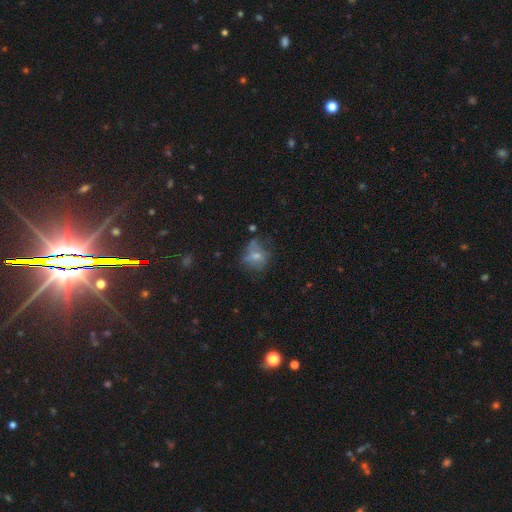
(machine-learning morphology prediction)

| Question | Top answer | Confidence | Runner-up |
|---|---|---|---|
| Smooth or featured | smooth | 54% | featured or disk (31%) |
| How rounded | round | 56% | in between (42%) |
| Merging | none | 45% | minor disturbance (26%) |